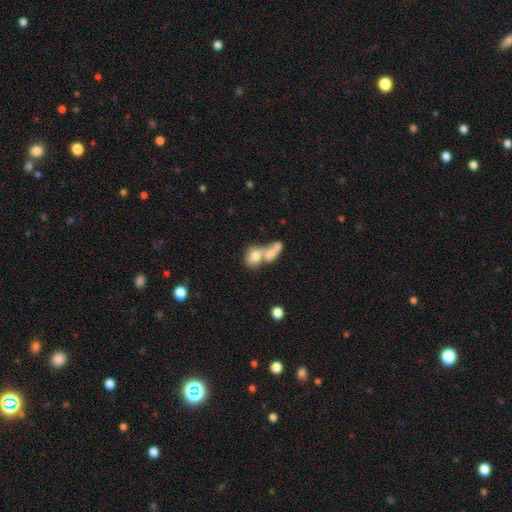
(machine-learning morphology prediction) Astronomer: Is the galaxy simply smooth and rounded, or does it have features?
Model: smooth — 72%.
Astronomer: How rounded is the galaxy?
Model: in between — 51% (runner-up: round, 44%).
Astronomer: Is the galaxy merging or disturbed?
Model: merger — 67%.